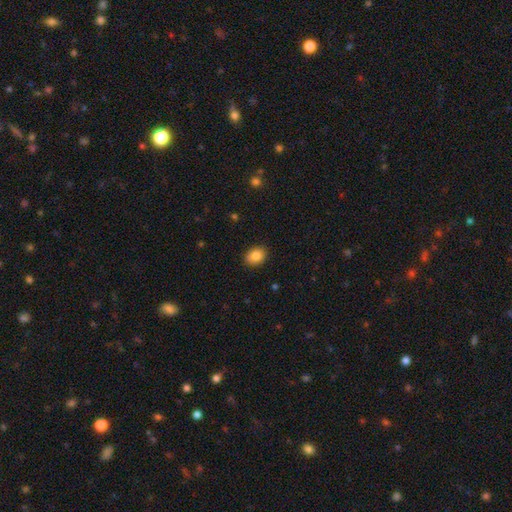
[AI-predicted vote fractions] A smooth galaxy with no disk features (85%) that is in between round and cigar-shaped (62%). Merging: none (88%).